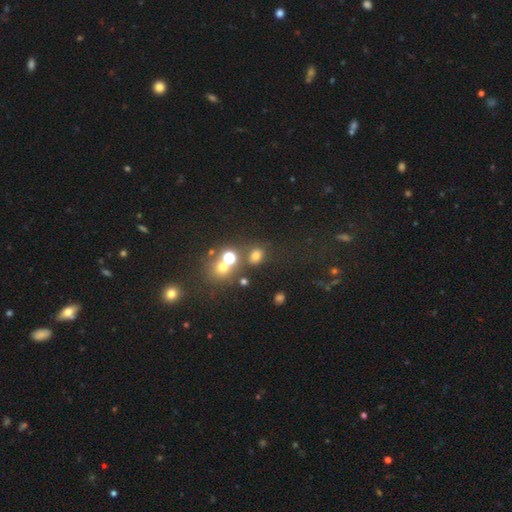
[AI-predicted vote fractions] A smooth galaxy with no disk features (65%) that is round (58%). Merging: none (66%).